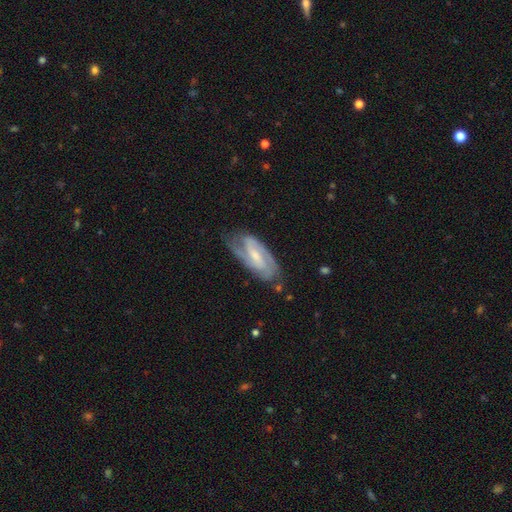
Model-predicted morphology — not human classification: This is clearly a featured or disk galaxy (85%). It is clearly not viewed edge-on (94%). Bar: possibly weak (46%). Spiral arm pattern: clearly yes (96%). Spiral arm count: clearly 2 (80%). Spiral winding: possibly medium (46%). Central bulge: possibly small (55%). Merging: likely none (73%).